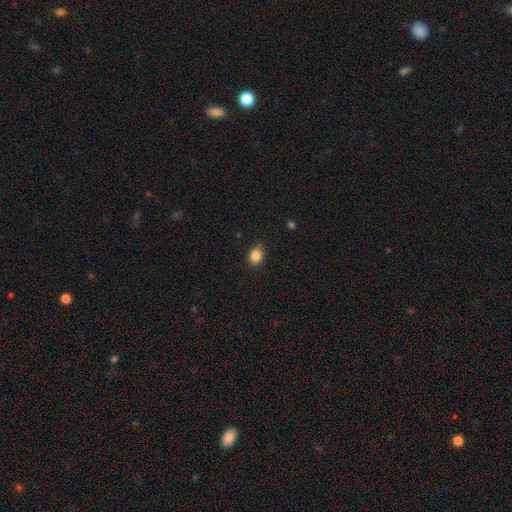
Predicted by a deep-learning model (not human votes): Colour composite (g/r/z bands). It shows a smooth galaxy with no disk features (85%) that is in between round and cigar-shaped (57%). Merging: none (80%).